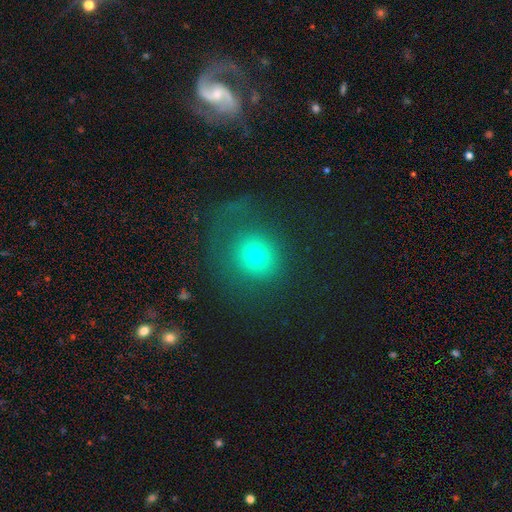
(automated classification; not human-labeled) Smooth or featured? Predicted: smooth (p=0.68). How rounded? Predicted: round (p=0.82). Merging? Predicted: none (p=0.58).